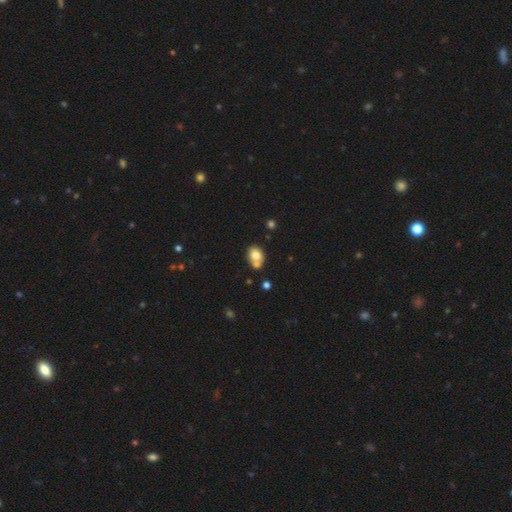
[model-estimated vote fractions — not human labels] A smooth galaxy with no disk features (76%) that is in between round and cigar-shaped (51%). Merging: none (45%).